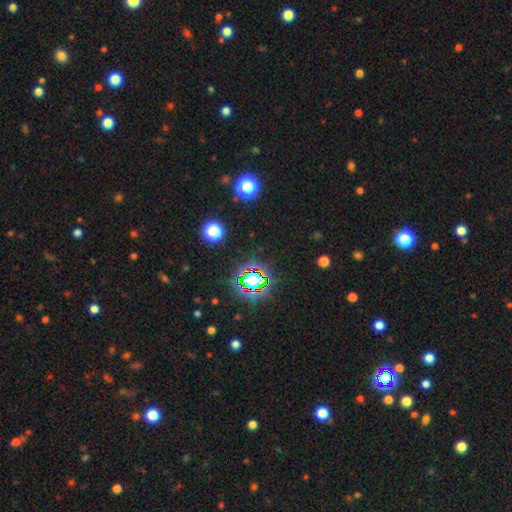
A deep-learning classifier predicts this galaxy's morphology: This appears to be a star or artifact, not a galaxy (78%).